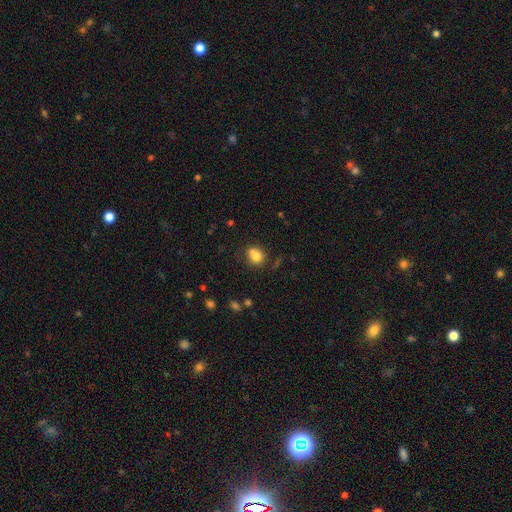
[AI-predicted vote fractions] This is likely a smooth galaxy (79%). How rounded: possibly round (55%). Merging: possibly none (56%).